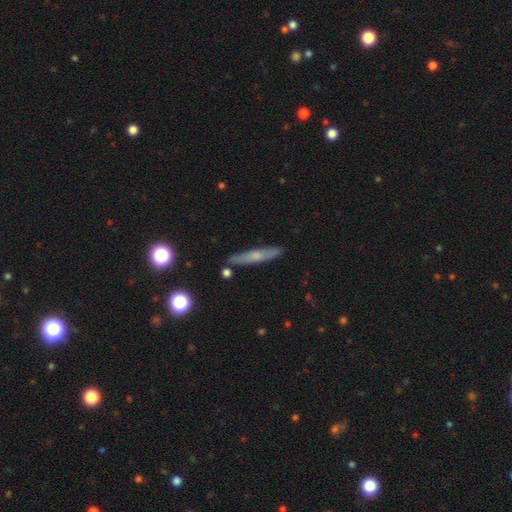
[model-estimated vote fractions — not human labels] smooth-or-featured: smooth: 48% | featured or disk: 44% | star or artifact: 8%
  merging: none: 86% | minor disturbance: 9% | merger: 3% | major disturbance: 2%